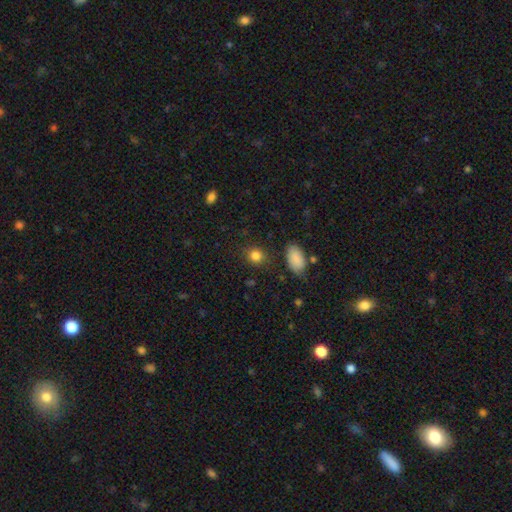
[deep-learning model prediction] A smooth galaxy with no disk features (85%) that is round (73%).

Vote fractions:
- Smooth or featured? smooth: 85% / star or artifact: 11% / featured or disk: 4%
- How rounded? round: 73% / in between: 26% / cigar-shaped: 1%
- Merging? none: 84% / minor disturbance: 10% / major disturbance: 3% / merger: 3%